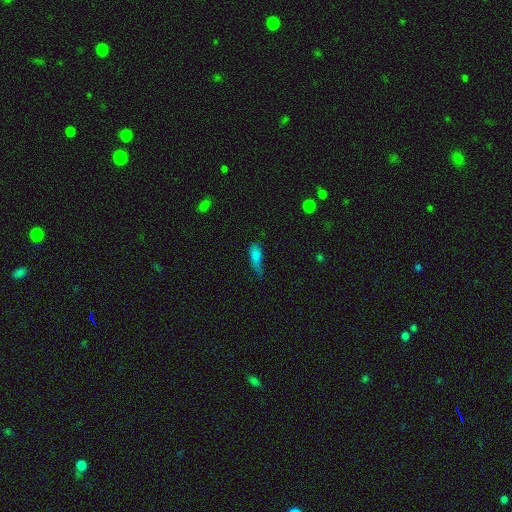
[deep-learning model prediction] The model was most divided on "merging": minor disturbance: 40%, none: 33%, major disturbance: 23%, merger: 4%. More confident: smooth or featured — smooth (77%); how rounded — in between (58%).